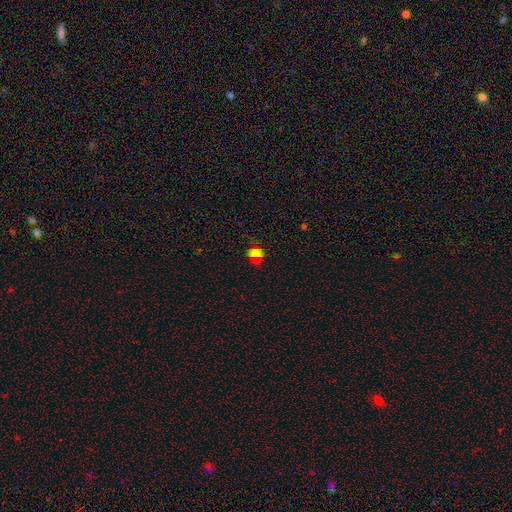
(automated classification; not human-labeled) Morphology: type=smooth (66%); roundness=round (69%); merging=none (71%).